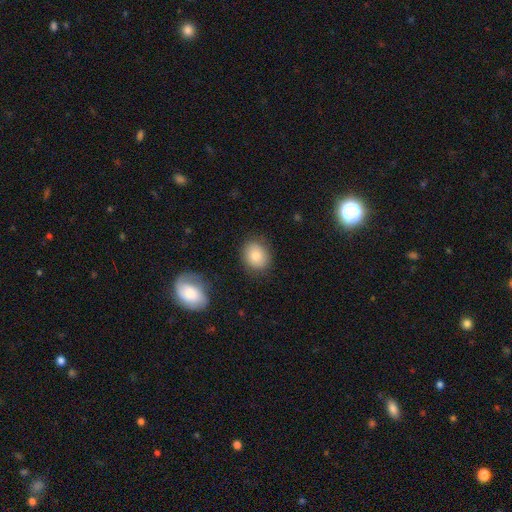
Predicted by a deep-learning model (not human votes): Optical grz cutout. It shows a smooth galaxy with no disk features (78%) that is round (65%). Merging: none (84%).